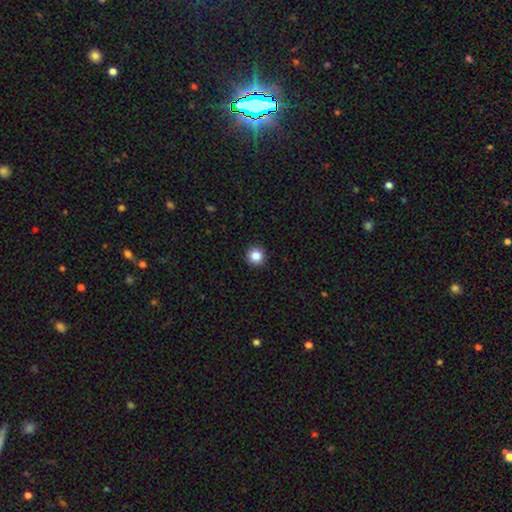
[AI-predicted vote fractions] This is clearly a smooth galaxy (85%). How rounded: clearly round (95%). Merging: clearly none (93%).